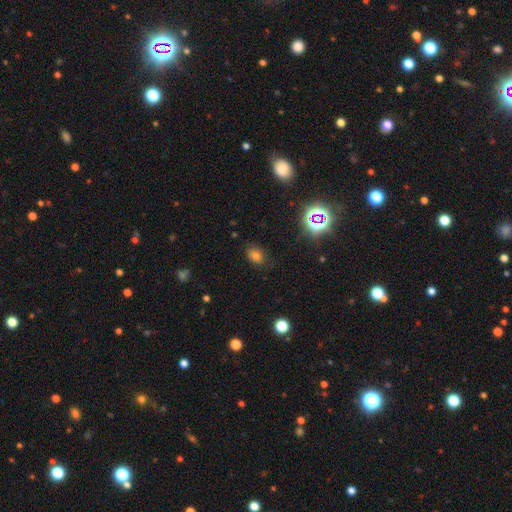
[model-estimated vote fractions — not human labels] smooth-or-featured: smooth: 70% | star or artifact: 21% | featured or disk: 9%
  how-rounded: in between: 75% | round: 24% | cigar-shaped: 1%
  merging: none: 78% | minor disturbance: 16% | major disturbance: 4% | merger: 2%